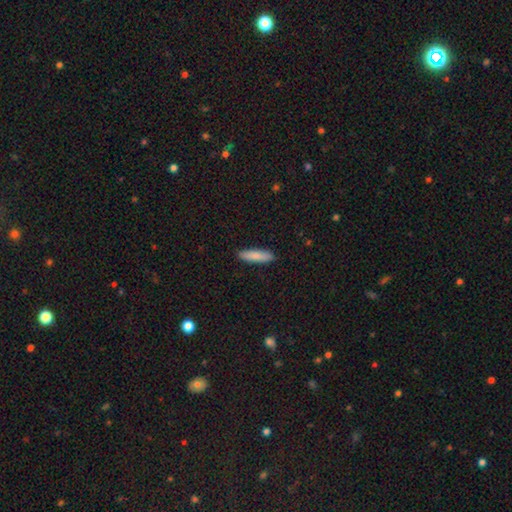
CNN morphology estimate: smooth_or_featured: smooth (p=0.85) [alt: featured or disk p=0.09]
how_rounded: cigar-shaped (p=0.72) [alt: in between p=0.26]
merging: none (p=0.89) [alt: minor disturbance p=0.08]